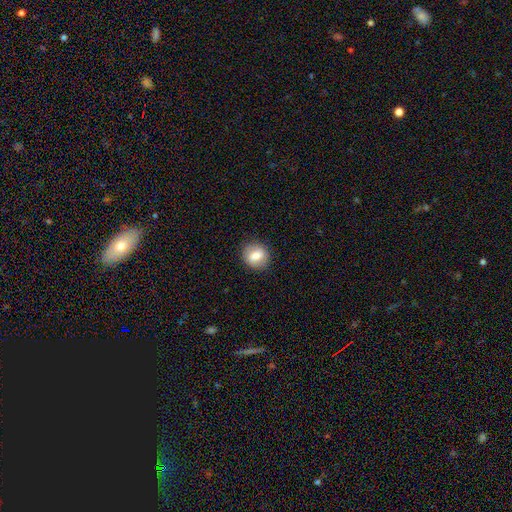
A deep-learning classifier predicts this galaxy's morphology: Smooth or featured? smooth (75%)
How rounded? round (73%)
Merging? none (87%)